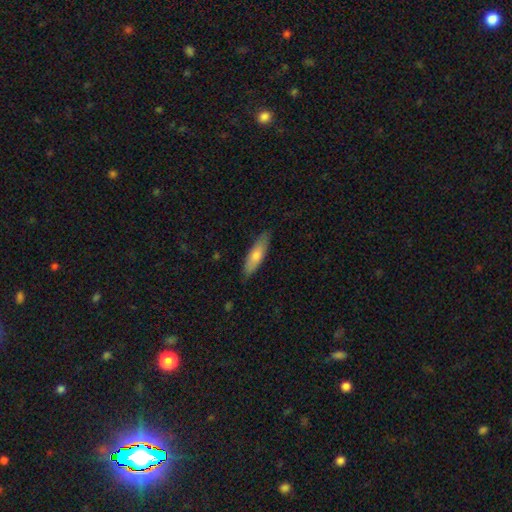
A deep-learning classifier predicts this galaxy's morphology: A smooth galaxy with no disk features (72%) that is cigar-shaped (60%).

Vote fractions:
- Smooth or featured? smooth: 72% / featured or disk: 23% / star or artifact: 5%
- How rounded? cigar-shaped: 60% / in between: 38% / round: 2%
- Merging? none: 85% / minor disturbance: 12% / major disturbance: 2% / merger: 1%